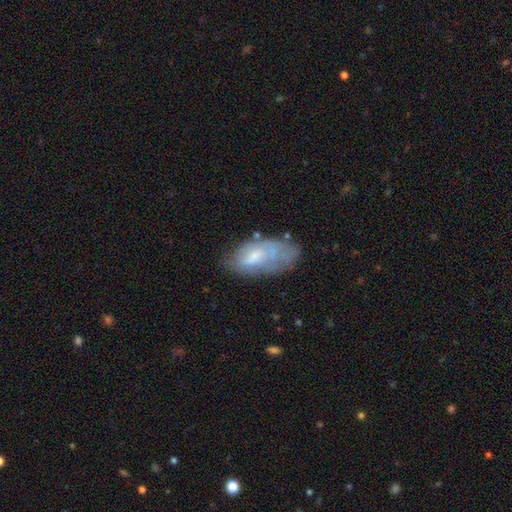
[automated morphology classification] The model was most divided on "smooth or featured": smooth: 49%, featured or disk: 43%, star or artifact: 8%. Remaining: merging — none (49%).